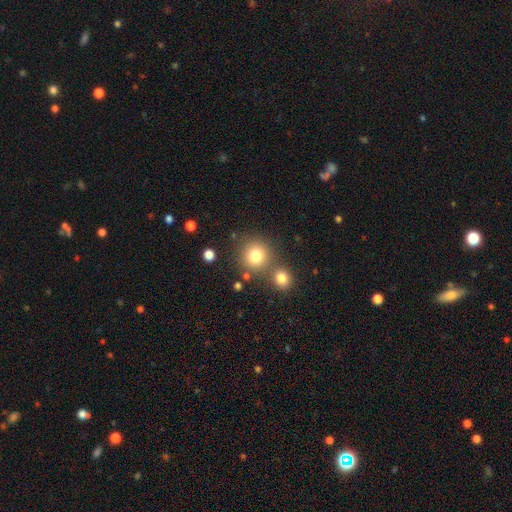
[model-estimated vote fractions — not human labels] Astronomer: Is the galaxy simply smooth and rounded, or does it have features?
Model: smooth — 79%.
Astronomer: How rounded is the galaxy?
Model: round — 92%.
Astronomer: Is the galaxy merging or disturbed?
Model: none — 70%.